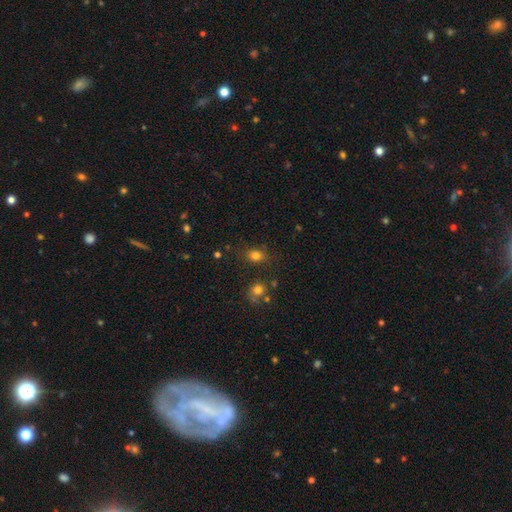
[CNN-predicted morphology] Smooth or featured? smooth (79%)
How rounded? in between (55%)
Merging? none (77%)